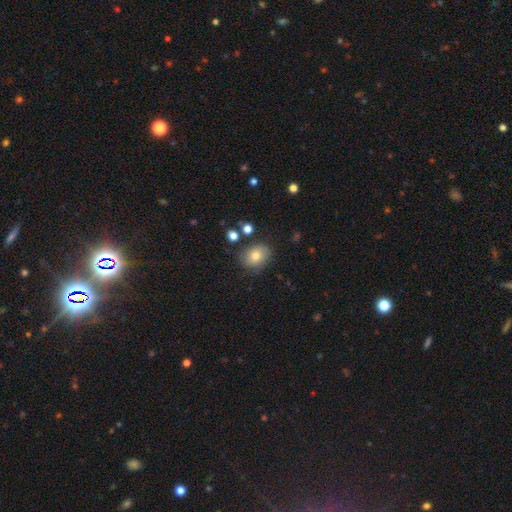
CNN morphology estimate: type=smooth (76%); roundness=in between (52%); merging=none (75%).